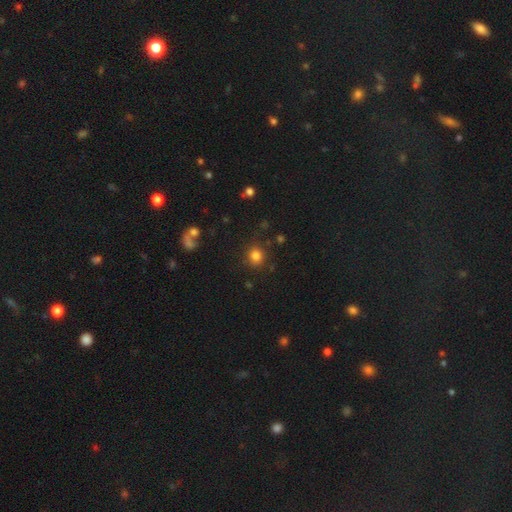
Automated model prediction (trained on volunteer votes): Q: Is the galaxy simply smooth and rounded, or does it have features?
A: smooth — 81%.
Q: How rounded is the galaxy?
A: round — 86%.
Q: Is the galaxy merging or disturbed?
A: none — 86%.